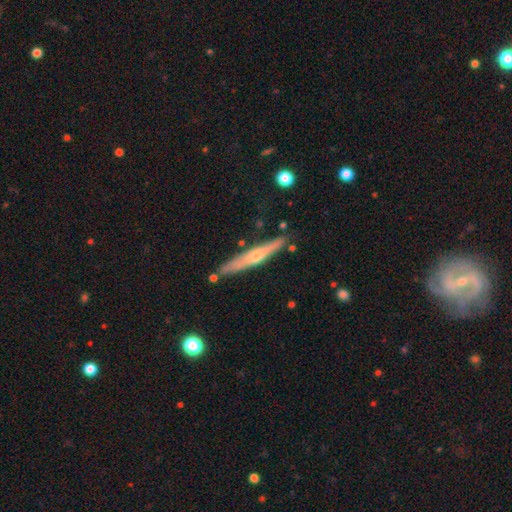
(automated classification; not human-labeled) Q: Smooth or featured?
A: featured or disk (61%); runner-up: smooth (32%)
Q: Edge-on disk?
A: yes (95%); runner-up: no (5%)
Q: Edge-on bulge?
A: rounded (74%); runner-up: none (21%)
Q: Merging?
A: none (83%); runner-up: minor disturbance (12%)